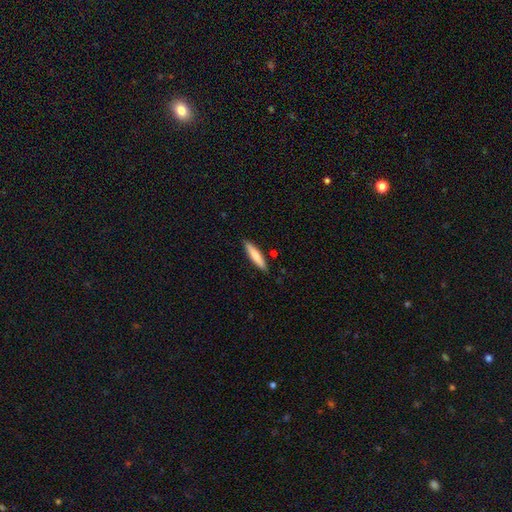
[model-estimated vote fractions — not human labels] smooth-or-featured: smooth: 75% | featured or disk: 19% | star or artifact: 5%
  how-rounded: cigar-shaped: 84% | in between: 15% | round: 1%
  merging: none: 86% | minor disturbance: 10% | merger: 2% | major disturbance: 2%